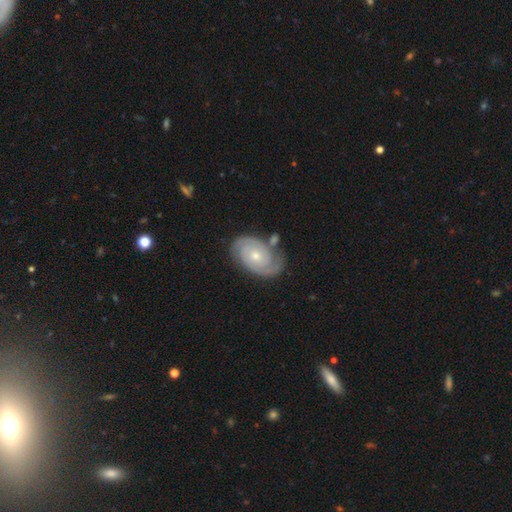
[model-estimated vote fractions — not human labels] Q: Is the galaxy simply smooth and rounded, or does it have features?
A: featured or disk — 84%.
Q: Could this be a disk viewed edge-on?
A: no — 97%.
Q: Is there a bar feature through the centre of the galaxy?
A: no — 77%.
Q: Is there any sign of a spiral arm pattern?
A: yes — 95%.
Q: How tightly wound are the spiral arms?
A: tight — 69%.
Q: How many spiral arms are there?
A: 2 — 76%.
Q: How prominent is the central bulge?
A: small — 50%.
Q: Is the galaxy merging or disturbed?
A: none — 72%.